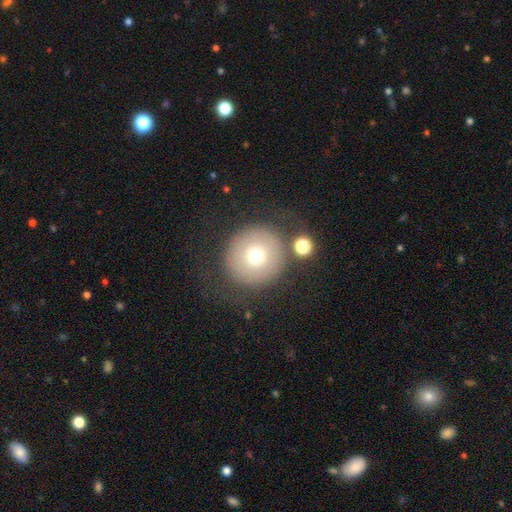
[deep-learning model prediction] This appears to be a smooth galaxy with no disk features (67%) that is round (95%). Merging: none (75%).